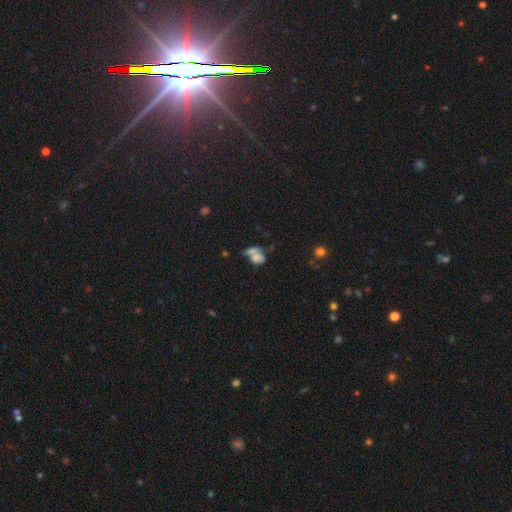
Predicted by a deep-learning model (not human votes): Smooth or featured: smooth — 64% (featured or disk — 22%)
How rounded: in between — 66% (round — 29%)
Merging: merger — 56% (none — 24%)